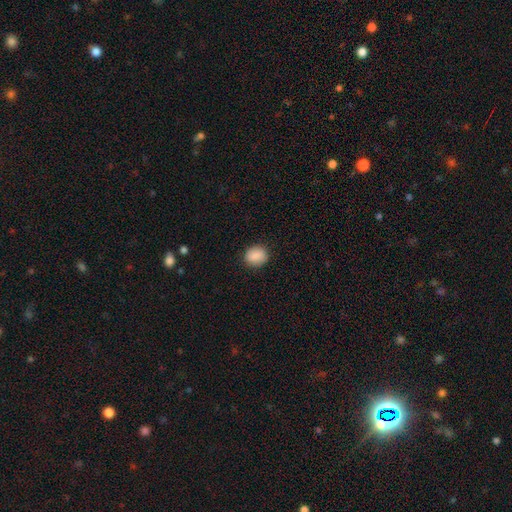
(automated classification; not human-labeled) A smooth galaxy with no disk features (85%) that is round (72%). Merging: none (88%).